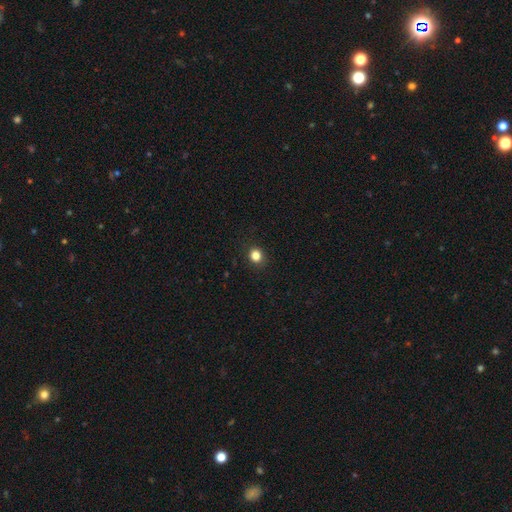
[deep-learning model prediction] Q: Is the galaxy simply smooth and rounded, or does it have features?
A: smooth — 83%.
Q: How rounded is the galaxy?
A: round — 84%.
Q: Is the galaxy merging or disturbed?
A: none — 91%.